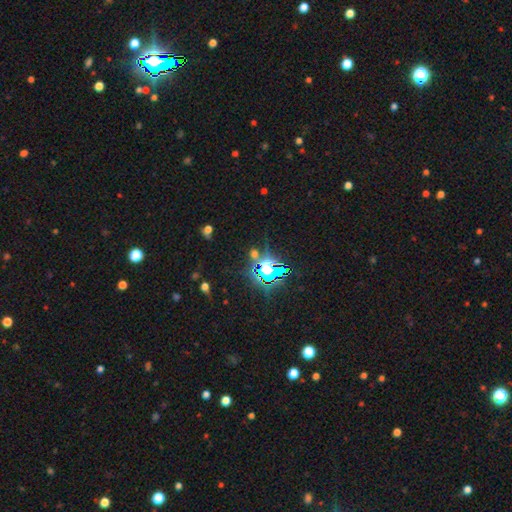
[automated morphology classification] A star or artifact, not a galaxy (77%).

Vote fractions:
- Smooth or featured? star or artifact: 77% / smooth: 15% / featured or disk: 8%